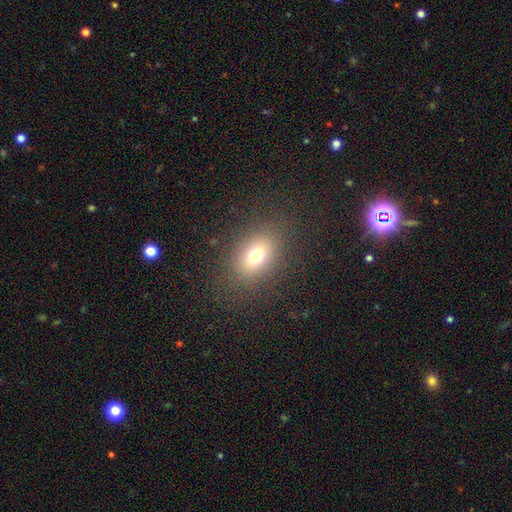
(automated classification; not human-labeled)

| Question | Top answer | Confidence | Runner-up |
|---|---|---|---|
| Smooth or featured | smooth | 73% | star or artifact (14%) |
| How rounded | in between | 73% | round (25%) |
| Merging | none | 84% | minor disturbance (9%) |